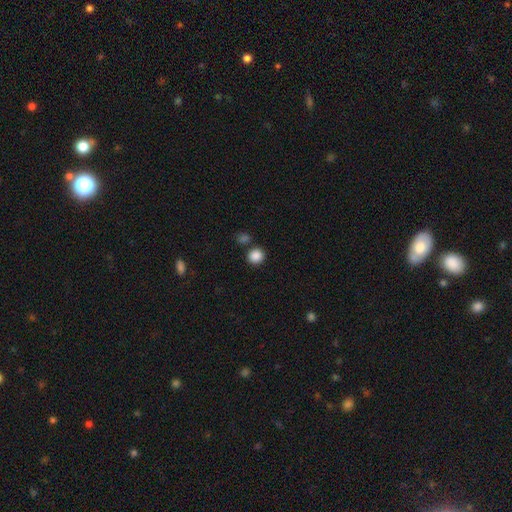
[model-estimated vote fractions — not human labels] smooth_or_featured: smooth (p=0.87) [alt: star or artifact p=0.10]
how_rounded: round (p=0.86) [alt: in between p=0.13]
merging: none (p=0.79) [alt: merger p=0.10]